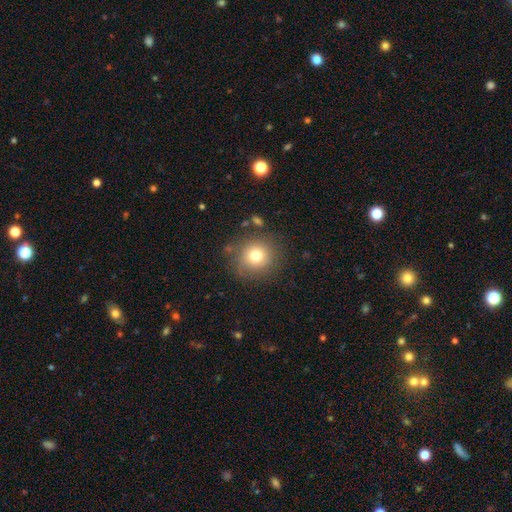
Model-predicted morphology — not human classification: A smooth galaxy with no disk features (75%) that is round (88%). Merging: none (81%).